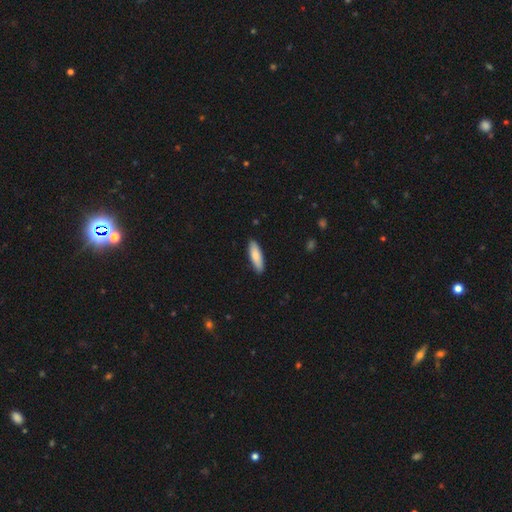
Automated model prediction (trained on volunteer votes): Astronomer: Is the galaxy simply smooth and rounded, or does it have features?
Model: smooth — 83%.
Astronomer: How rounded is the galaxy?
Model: cigar-shaped — 51% (runner-up: in between, 48%).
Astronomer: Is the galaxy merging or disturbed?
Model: none — 89%.